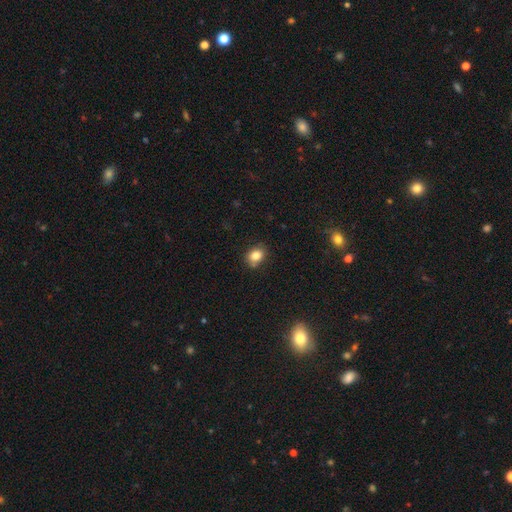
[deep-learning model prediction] Morphology: type=smooth (83%); roundness=in between (53%); merging=none (73%).